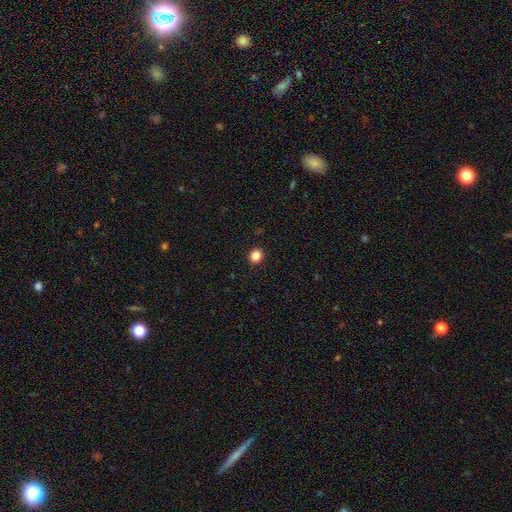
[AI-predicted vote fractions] This appears to be a smooth galaxy with no disk features (85%) that is round (69%). Merging: none (92%).